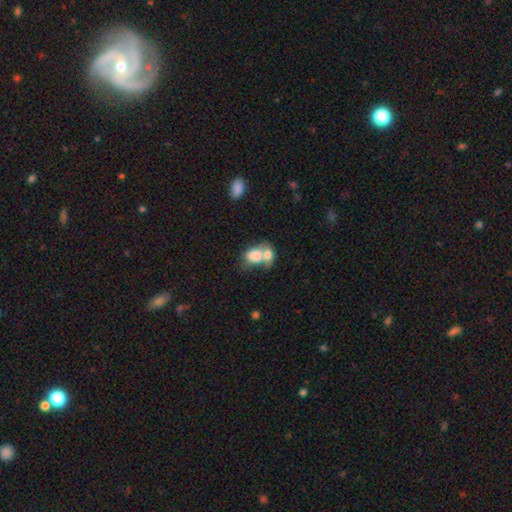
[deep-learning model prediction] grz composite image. It shows a smooth galaxy with no disk features (76%) that is in between round and cigar-shaped (64%). Merging: merger (70%).